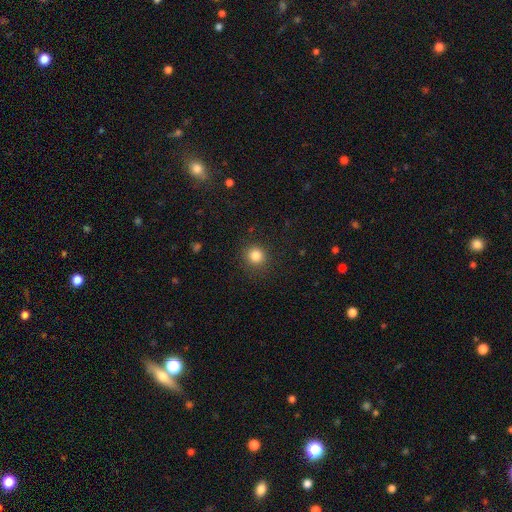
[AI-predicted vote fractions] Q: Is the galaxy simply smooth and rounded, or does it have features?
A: smooth — 83%.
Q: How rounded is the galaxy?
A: round — 91%.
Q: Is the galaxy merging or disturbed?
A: none — 89%.